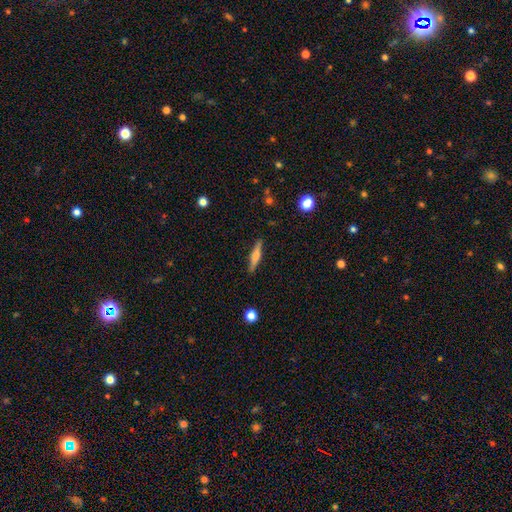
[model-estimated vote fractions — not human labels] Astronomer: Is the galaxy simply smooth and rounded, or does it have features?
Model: smooth — 51% (runner-up: featured or disk, 43%).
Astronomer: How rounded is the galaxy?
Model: cigar-shaped — 85%.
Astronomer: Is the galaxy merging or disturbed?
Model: none — 88%.